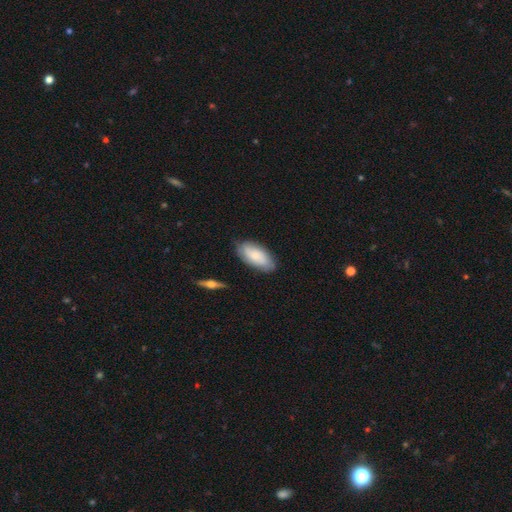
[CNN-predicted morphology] Q: Smooth or featured?
A: smooth (68%); runner-up: featured or disk (26%)
Q: How rounded?
A: in between (90%); runner-up: cigar-shaped (8%)
Q: Merging?
A: none (78%); runner-up: minor disturbance (17%)